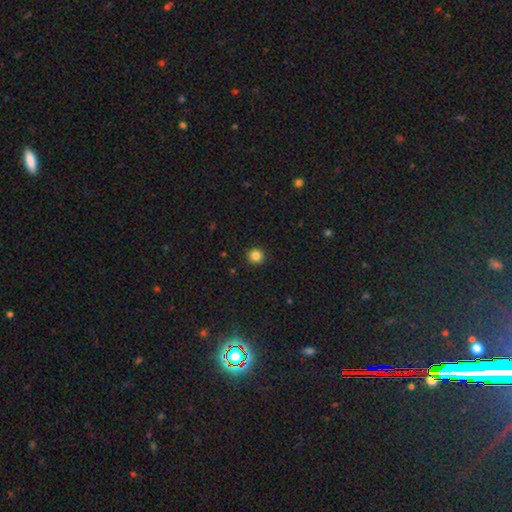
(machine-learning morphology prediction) Smooth or featured? Predicted: smooth (p=0.85). How rounded? Predicted: round (p=0.94). Merging? Predicted: none (p=0.92).